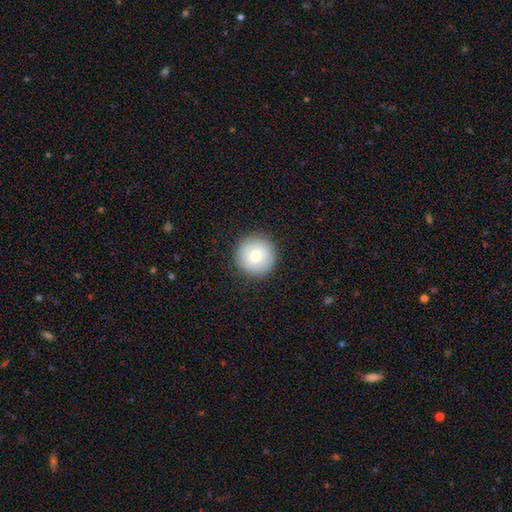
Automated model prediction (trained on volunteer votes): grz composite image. It shows a smooth galaxy with no disk features (76%) that is round (96%). Merging: none (91%).